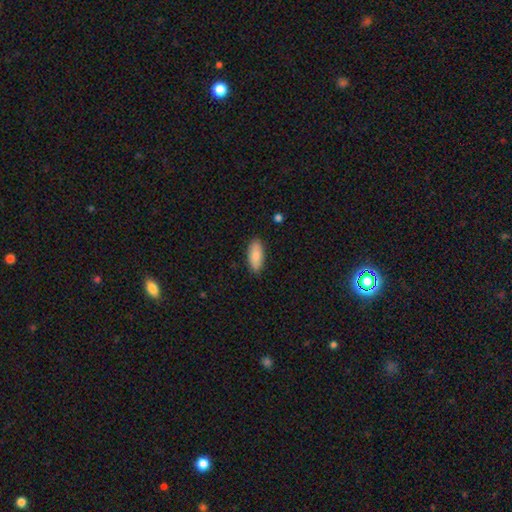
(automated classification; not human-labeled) Overall: smooth (83%). How rounded: in between (85%). Merging: none (86%).